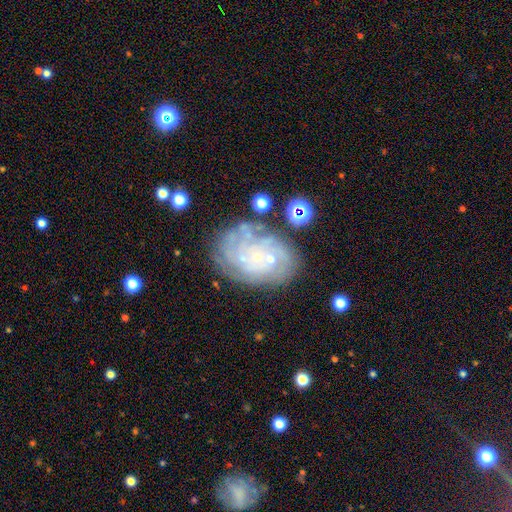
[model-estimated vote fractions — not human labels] Overall: featured or disk (76%). Edge-on disk: no (97%). Bar: no (81%). Spiral arms: yes (89%). Spiral arm count: can't tell (42%; 4 17%). Spiral winding: tight (72%). Bulge size: small (83%). Merging: none (63%).